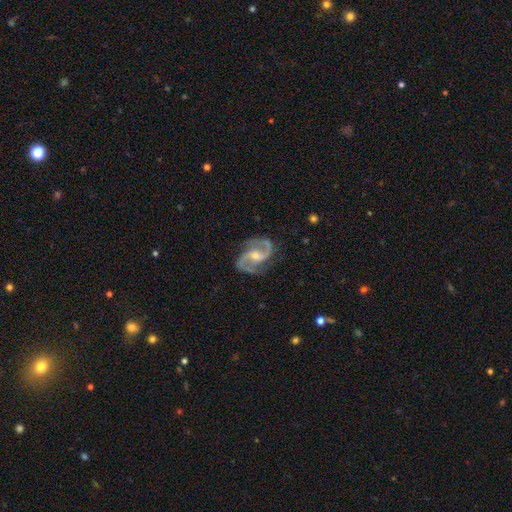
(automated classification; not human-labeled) Overall: featured or disk (93%). Edge-on disk: no (98%). Bar: weak (44%; no 40%). Spiral arms: yes (98%). Spiral arm count: 2 (94%). Spiral winding: medium (62%; loose 23%). Bulge size: moderate (52%; small 40%). Merging: none (81%).